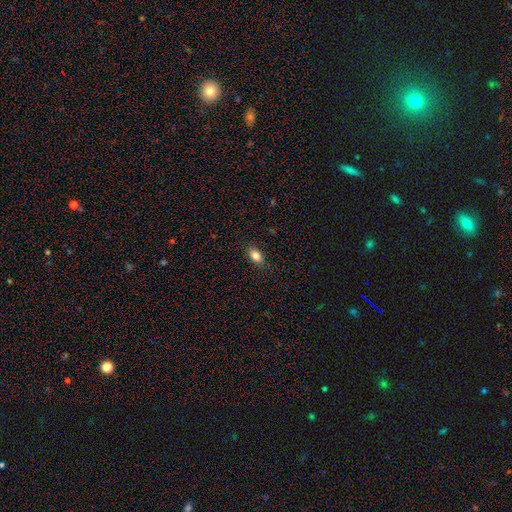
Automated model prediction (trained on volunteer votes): Smooth or featured?
  - smooth: 84% *
  - star or artifact: 9%
  - featured or disk: 7%
How rounded?
  - in between: 86% *
  - round: 11%
  - cigar-shaped: 3%
Merging?
  - none: 87% *
  - minor disturbance: 10%
  - major disturbance: 2%
  - merger: 1%